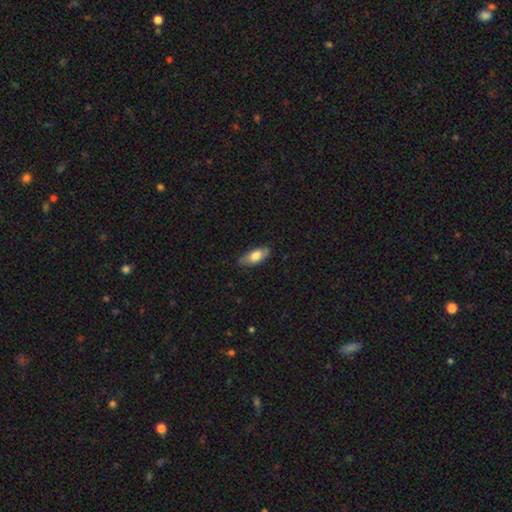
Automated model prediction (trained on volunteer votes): Smooth or featured: smooth — 76% (featured or disk — 18%)
How rounded: in between — 83% (cigar-shaped — 14%)
Merging: none — 80% (minor disturbance — 17%)